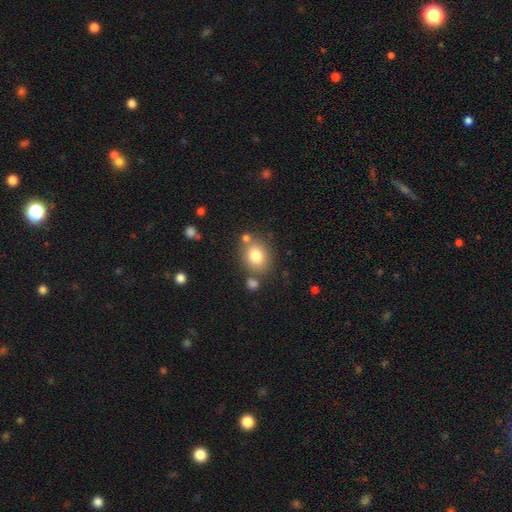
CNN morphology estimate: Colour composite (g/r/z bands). It shows a smooth galaxy with no disk features (79%) that is round (59%). Merging: none (71%).